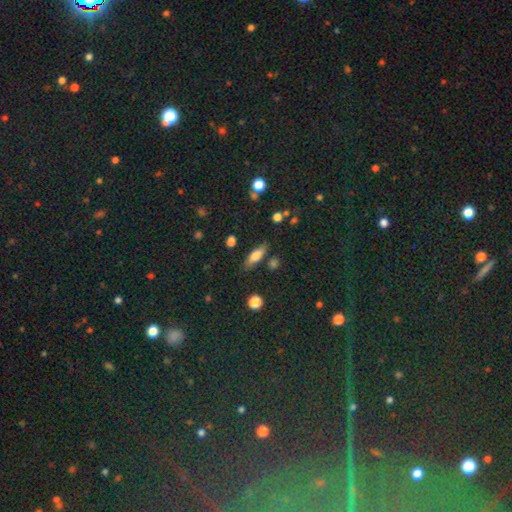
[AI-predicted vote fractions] The model was most divided on "how rounded": in between: 56%, cigar-shaped: 40%, round: 4%. More confident: merging — none (80%); smooth or featured — smooth (67%).